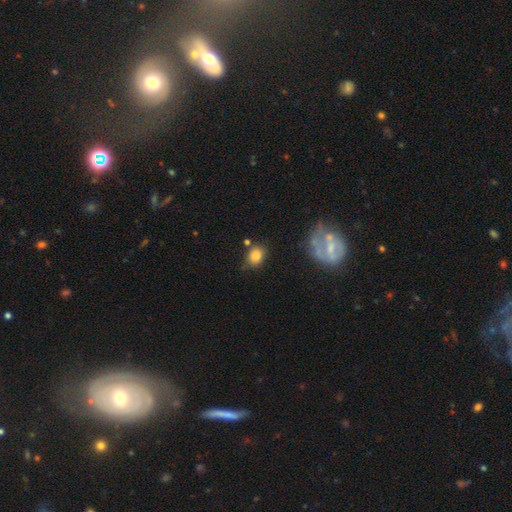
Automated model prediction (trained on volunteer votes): Overall: smooth (82%). How rounded: in between (50%; round 49%). Merging: none (67%).